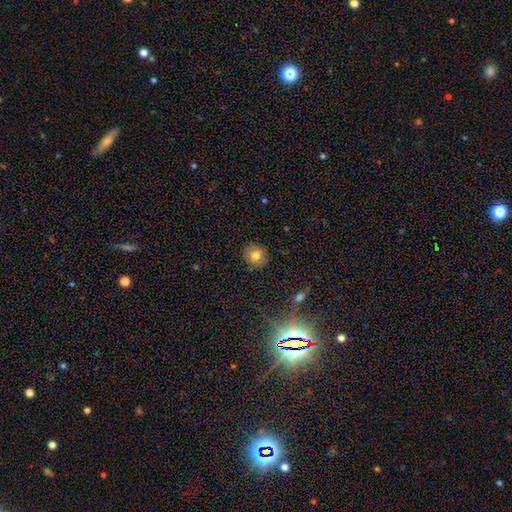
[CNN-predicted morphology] The model was most divided on "smooth or featured": smooth: 77%, star or artifact: 12%, featured or disk: 11%. More confident: merging — none (88%); how rounded — round (87%).